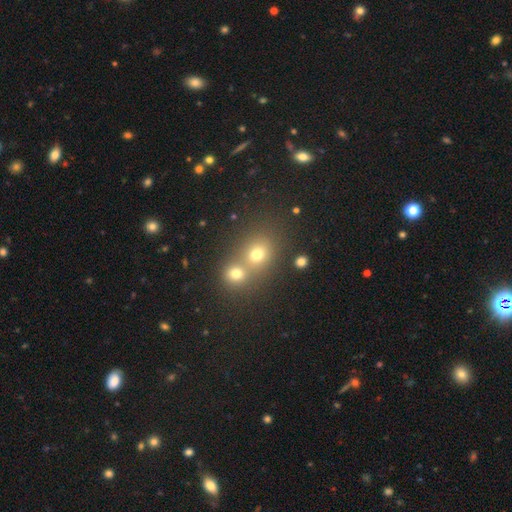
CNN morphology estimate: A smooth galaxy with no disk features (66%) that is round (75%). Merging: merger (47%).